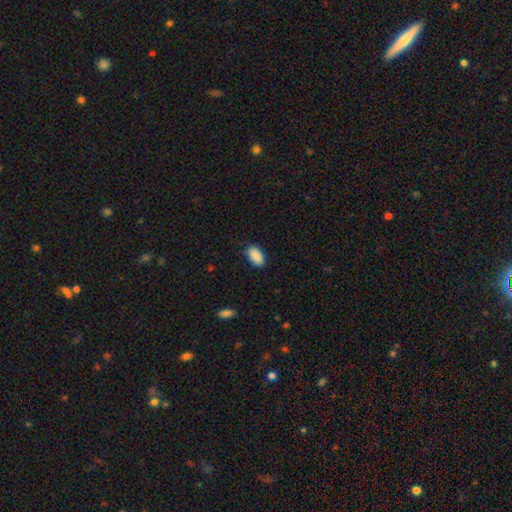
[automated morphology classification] Overall: smooth (90%). How rounded: in between (94%). Merging: none (83%).